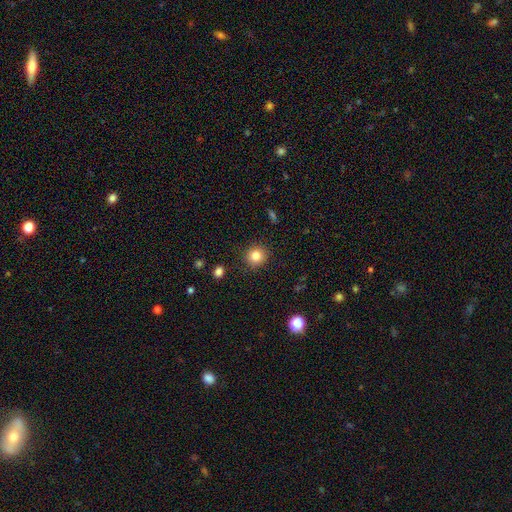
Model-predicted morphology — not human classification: A smooth galaxy with no disk features (83%) that is round (91%).

Vote fractions:
- Smooth or featured? smooth: 83% / star or artifact: 11% / featured or disk: 6%
- How rounded? round: 91% / in between: 8% / cigar-shaped: 1%
- Merging? none: 89% / minor disturbance: 7% / major disturbance: 2% / merger: 1%